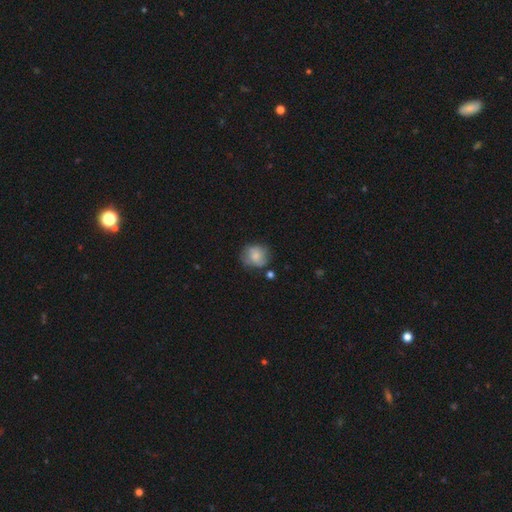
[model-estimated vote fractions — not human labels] Smooth or featured: smooth — 72% (featured or disk — 19%)
How rounded: round — 74% (in between — 25%)
Merging: none — 61% (minor disturbance — 26%)